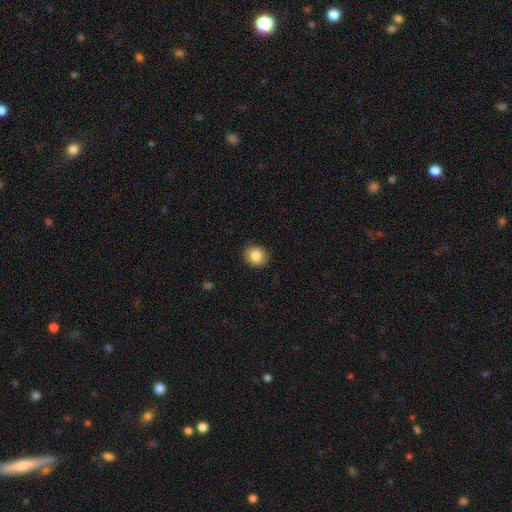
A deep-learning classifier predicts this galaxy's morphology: A smooth galaxy with no disk features (85%) that is round (75%).

Vote fractions:
- Smooth or featured? smooth: 85% / star or artifact: 9% / featured or disk: 6%
- How rounded? round: 75% / in between: 24% / cigar-shaped: 1%
- Merging? none: 89% / minor disturbance: 8% / major disturbance: 2% / merger: 1%